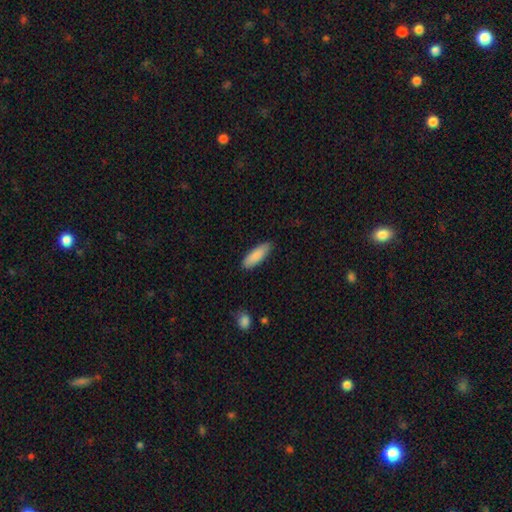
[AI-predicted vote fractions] Overall: smooth (87%). How rounded: in between (55%; cigar-shaped 43%). Merging: none (86%).